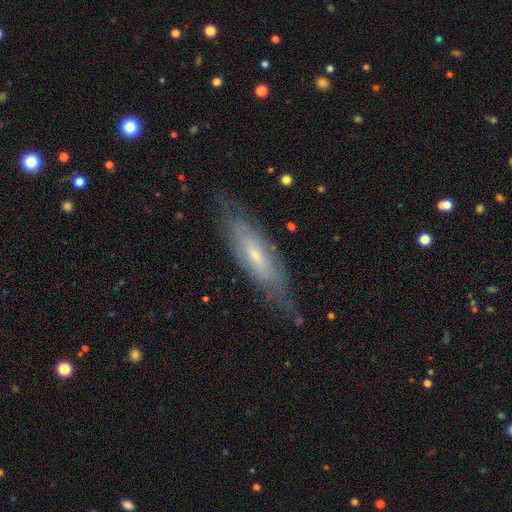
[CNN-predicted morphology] smooth-or-featured: featured or disk: 59% | smooth: 34% | star or artifact: 7%
  disk-edge-on: no: 60% | yes: 40%
  merging: none: 71% | minor disturbance: 21% | major disturbance: 7% | merger: 1%